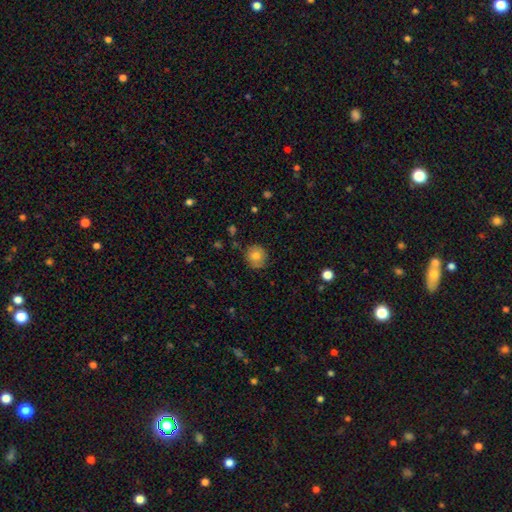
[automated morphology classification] The model was most divided on "smooth or featured": smooth: 77%, featured or disk: 15%, star or artifact: 9%. More confident: how rounded — round (91%); merging — none (80%).